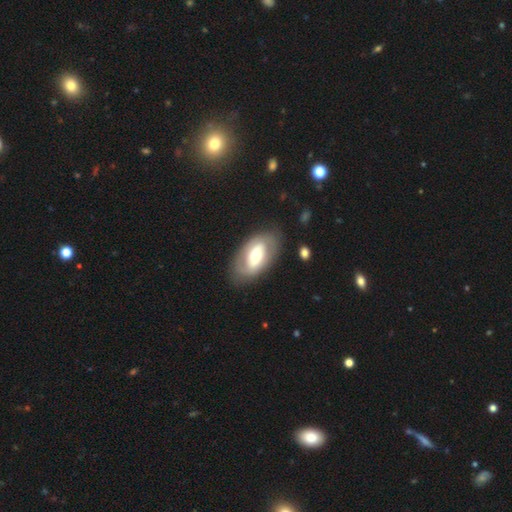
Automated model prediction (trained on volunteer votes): The model was most divided on "bar": no: 47%, weak: 28%, strong: 24%. More confident: edge-on disk — no (91%); merging — none (78%); bulge size — moderate (66%); spiral arms — no (60%); smooth or featured — featured or disk (59%).